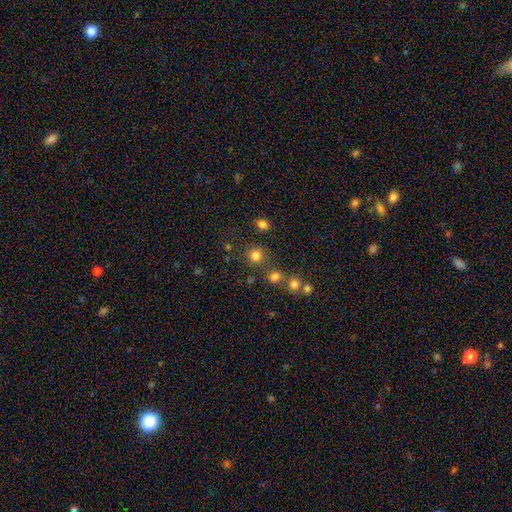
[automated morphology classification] smooth 78%, star or artifact 16%, featured or disk 6%. Down the decision tree: how rounded — round (91%); merging — none (77%).